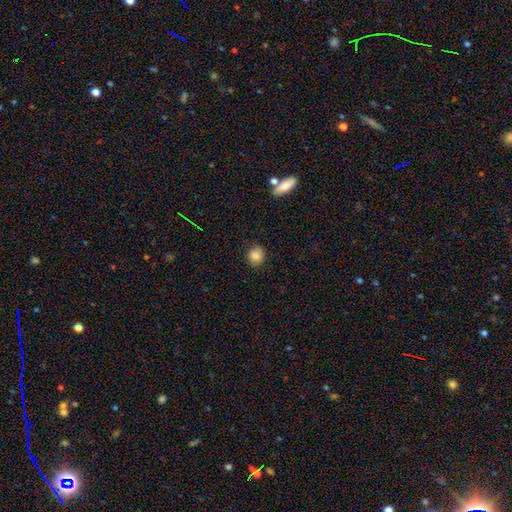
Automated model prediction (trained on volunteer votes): smooth_or_featured: smooth (p=0.84) [alt: star or artifact p=0.10]
how_rounded: round (p=0.79) [alt: in between p=0.20]
merging: none (p=0.85) [alt: minor disturbance p=0.11]